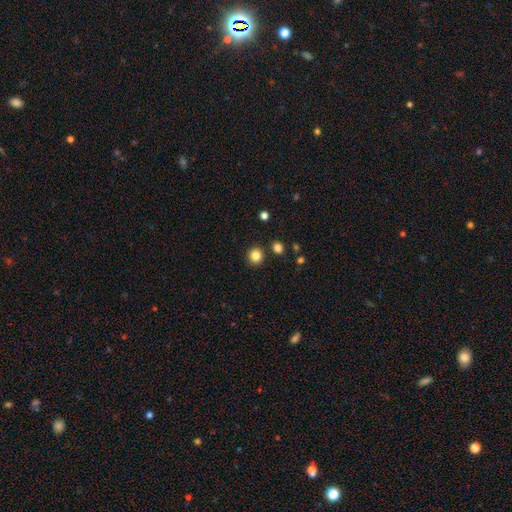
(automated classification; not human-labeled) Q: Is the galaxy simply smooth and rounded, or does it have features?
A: smooth — 84%.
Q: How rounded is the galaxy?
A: round — 92%.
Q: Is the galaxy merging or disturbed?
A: none — 89%.